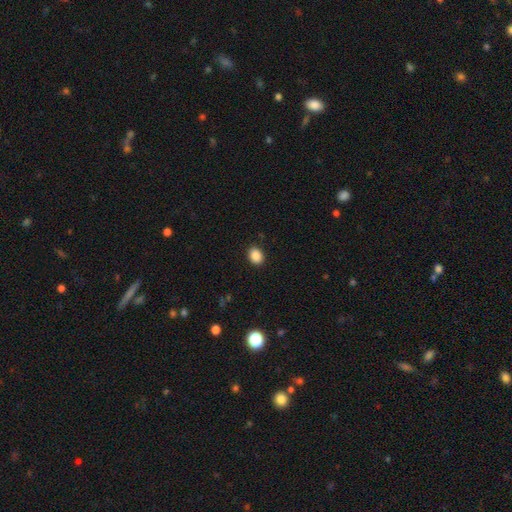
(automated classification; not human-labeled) smooth_or_featured: smooth (p=0.89) [alt: star or artifact p=0.09]
how_rounded: in between (p=0.61) [alt: round p=0.38]
merging: none (p=0.90) [alt: minor disturbance p=0.07]